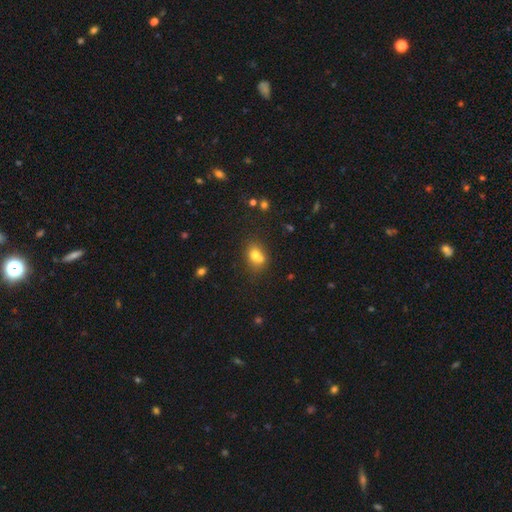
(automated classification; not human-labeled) smooth_or_featured: smooth (p=0.71) [alt: featured or disk p=0.16]
how_rounded: in between (p=0.57) [alt: round p=0.41]
merging: merger (p=0.44) [alt: none p=0.38]